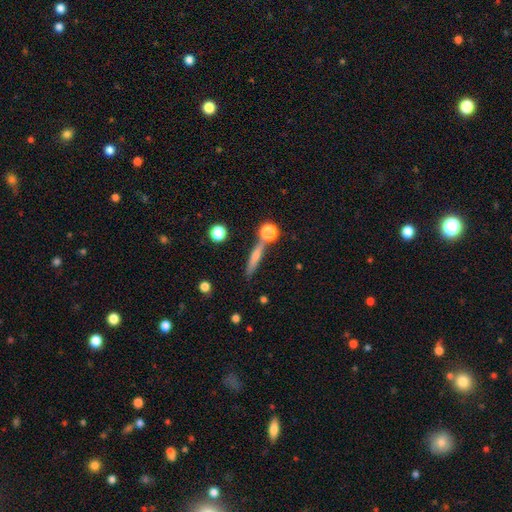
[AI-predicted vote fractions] Q: Smooth or featured?
A: smooth (56%); runner-up: featured or disk (35%)
Q: How rounded?
A: cigar-shaped (84%); runner-up: in between (10%)
Q: Merging?
A: none (72%); runner-up: merger (14%)